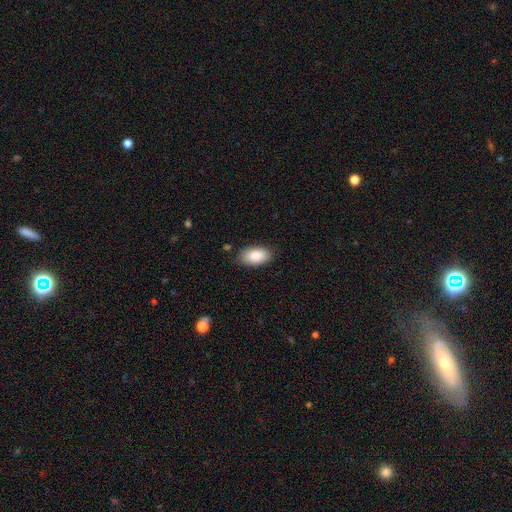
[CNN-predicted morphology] Smooth or featured?
  - smooth: 88% *
  - star or artifact: 6%
  - featured or disk: 6%
How rounded?
  - in between: 95% *
  - round: 3%
  - cigar-shaped: 2%
Merging?
  - none: 82% *
  - minor disturbance: 14%
  - major disturbance: 3%
  - merger: 1%